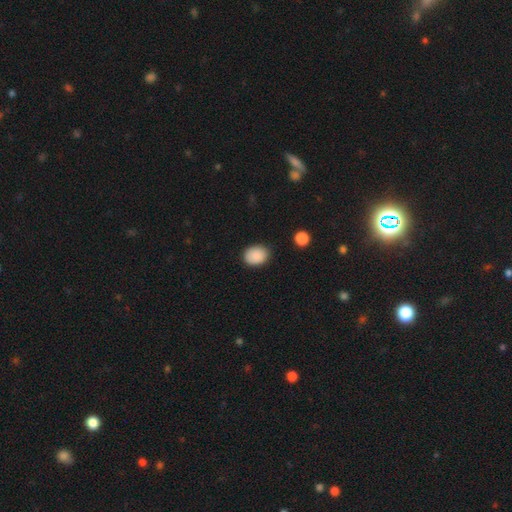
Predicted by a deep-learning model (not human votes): A smooth galaxy with no disk features (89%) that is in between round and cigar-shaped (60%). Merging: none (86%).